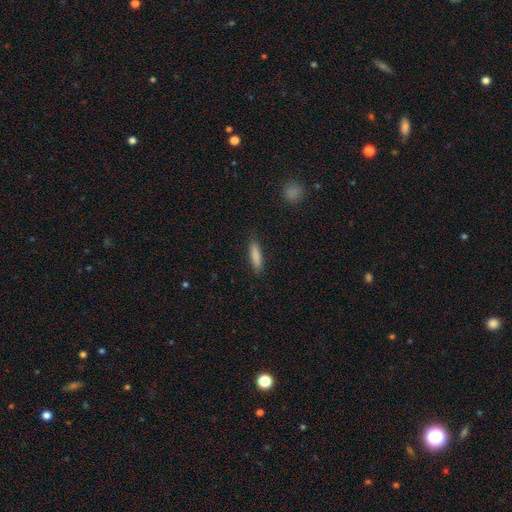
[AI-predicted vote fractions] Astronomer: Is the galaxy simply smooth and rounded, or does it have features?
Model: smooth — 86%.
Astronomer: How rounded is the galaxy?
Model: cigar-shaped — 74%.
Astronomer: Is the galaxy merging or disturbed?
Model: none — 87%.